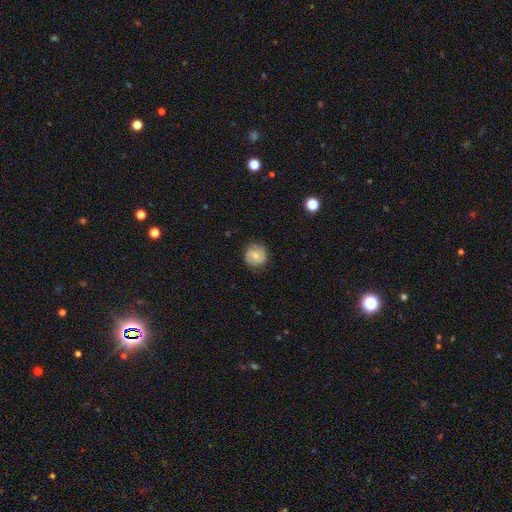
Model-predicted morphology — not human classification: Q: Smooth or featured?
A: smooth (56%); runner-up: featured or disk (36%)
Q: How rounded?
A: round (92%); runner-up: in between (7%)
Q: Merging?
A: none (82%); runner-up: minor disturbance (13%)